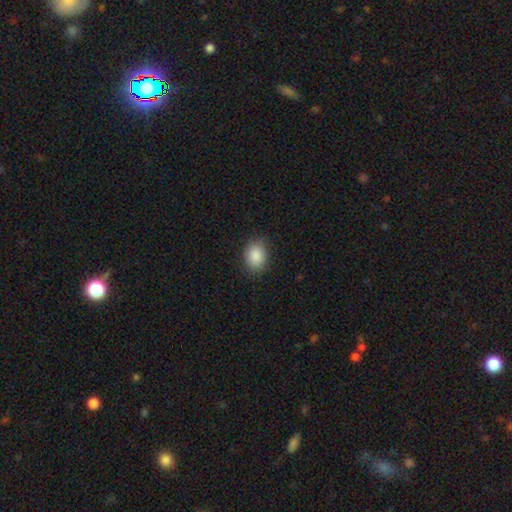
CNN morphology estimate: This is clearly a smooth galaxy (89%). How rounded: likely in between (67%). Merging: clearly none (85%).